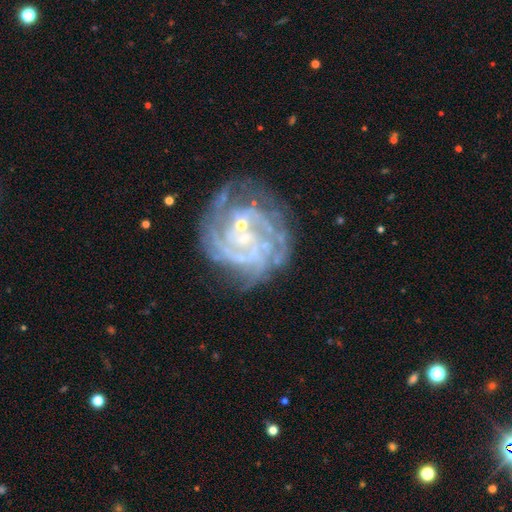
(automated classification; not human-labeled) Smooth or featured: featured or disk — 87% (star or artifact — 7%)
Edge-on disk: no — 98% (yes — 2%)
Bar: no — 58% (weak — 31%)
Spiral arms: yes — 95% (no — 5%)
Spiral winding: tight — 53% (medium — 37%)
Spiral arm count: 3 — 25% (can't tell — 23%)
Bulge size: small — 55% (moderate — 34%)
Merging: none — 54% (minor disturbance — 21%)